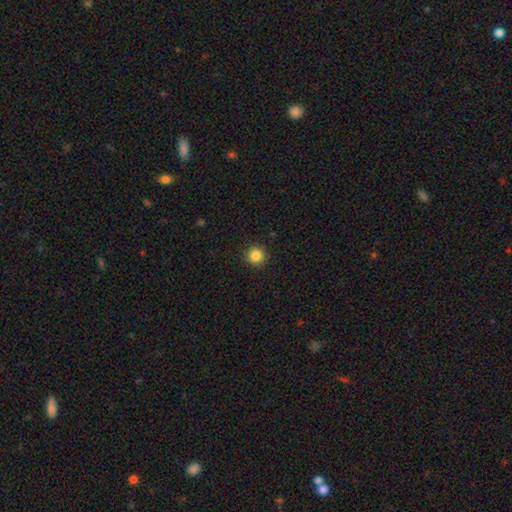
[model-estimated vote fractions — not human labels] smooth-or-featured: smooth: 85% | star or artifact: 11% | featured or disk: 4%
  how-rounded: round: 95% | in between: 4% | cigar-shaped: 1%
  merging: none: 92% | minor disturbance: 5% | major disturbance: 2% | merger: 1%